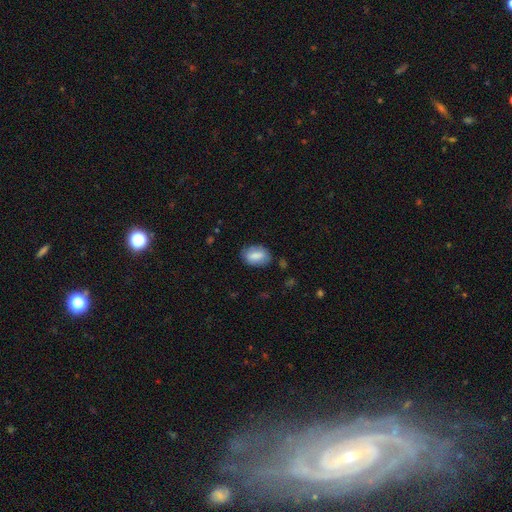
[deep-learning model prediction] Morphology: type=smooth (82%); roundness=in between (87%); merging=none (79%).